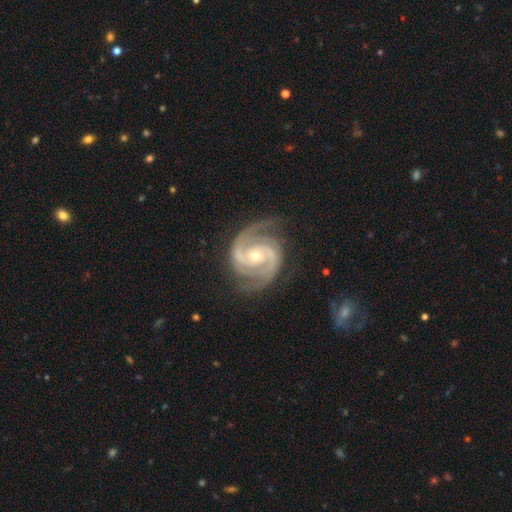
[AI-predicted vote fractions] This appears to be a featured or disk galaxy (94%) with no bar (57%), 2 (68%) tight (57%) spiral arms (99%) and a small central bulge (51%). Merging: none (78%).